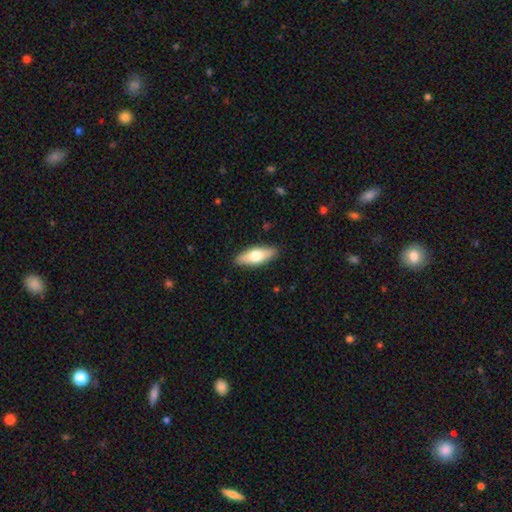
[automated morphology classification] Q: Smooth or featured?
A: smooth (64%); runner-up: featured or disk (30%)
Q: How rounded?
A: in between (67%); runner-up: cigar-shaped (30%)
Q: Merging?
A: none (89%); runner-up: minor disturbance (8%)